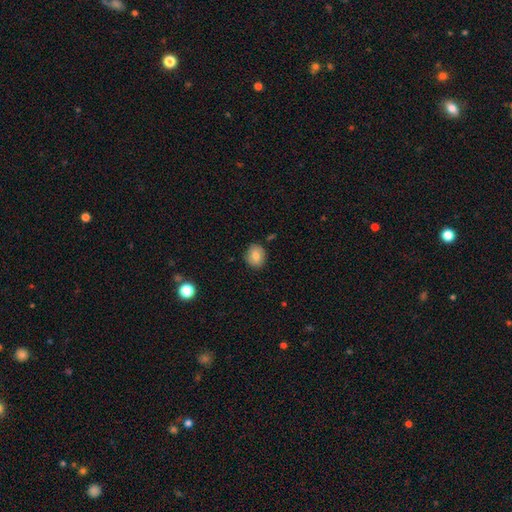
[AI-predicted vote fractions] Overall: smooth (78%). How rounded: round (72%). Merging: none (85%).